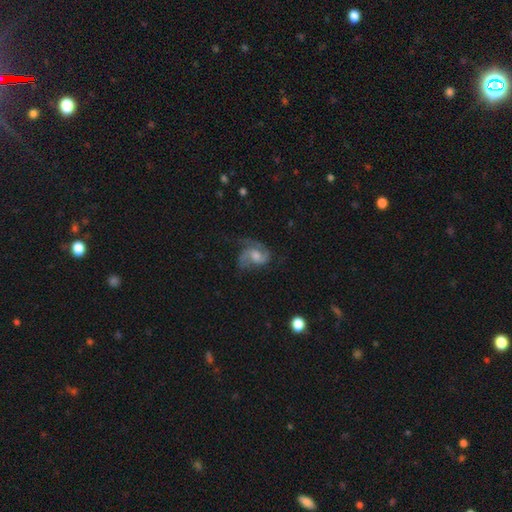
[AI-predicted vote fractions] smooth-or-featured: featured or disk: 79% | smooth: 13% | star or artifact: 8%
  disk-edge-on: no: 98% | yes: 2%
    bar: no: 55% | weak: 37% | strong: 7%
    has-spiral-arms: yes: 94% | no: 6%
      spiral-winding: medium: 50% | loose: 30% | tight: 20%
      spiral-arm-count: 2: 66% | 3: 14% | can't tell: 9% | 1: 7% | 4: 2% | more than 4: 2%
    bulge-size: moderate: 53% | small: 24% | large: 13% | none: 9% | dominant: 2%
  merging: none: 51% | major disturbance: 24% | minor disturbance: 23% | merger: 2%